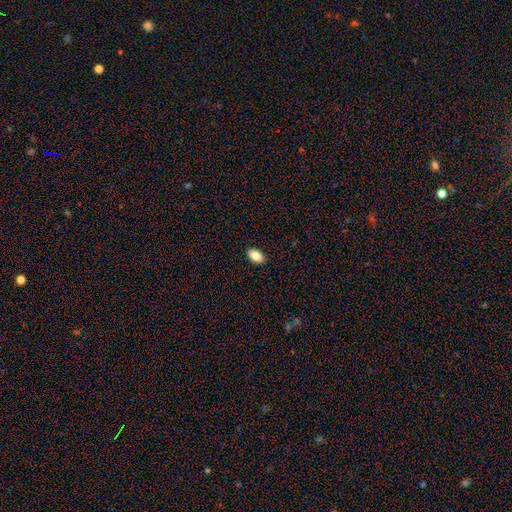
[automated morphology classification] smooth 85%, star or artifact 7%, featured or disk 7%. Down the decision tree: how rounded — in between (93%); merging — none (91%).